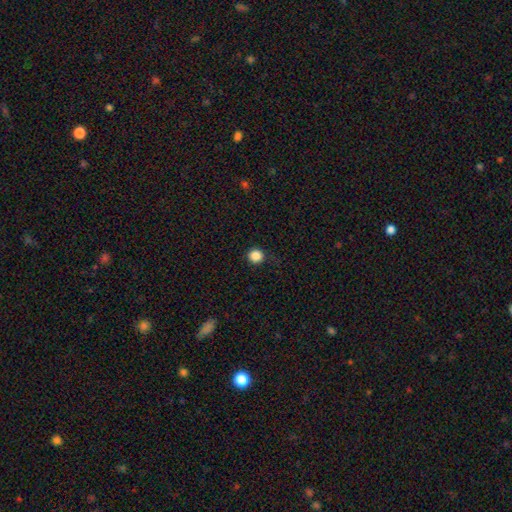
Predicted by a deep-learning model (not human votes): Overall: smooth (86%). How rounded: round (95%). Merging: none (88%).